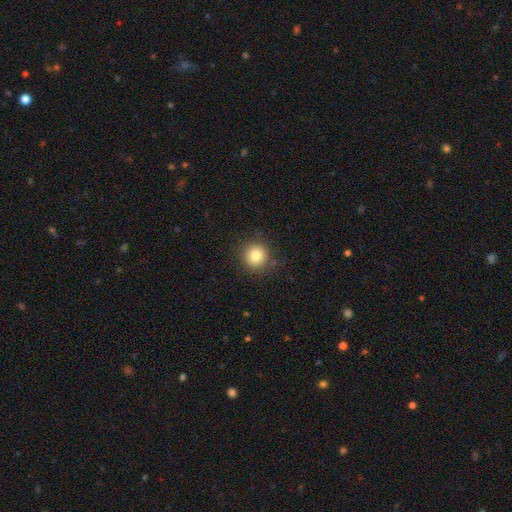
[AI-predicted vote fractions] This is clearly a smooth galaxy (81%). How rounded: clearly round (94%). Merging: clearly none (88%).